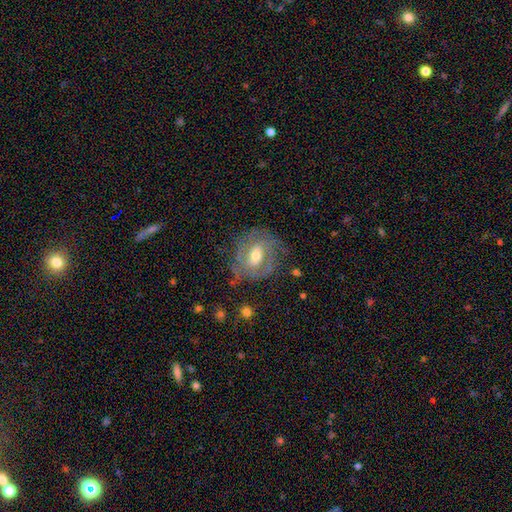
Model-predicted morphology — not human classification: This is likely a featured or disk galaxy (79%). It is clearly not viewed edge-on (96%). Bar: possibly weak (48%). Spiral arm pattern: clearly yes (86%). Spiral arm count: marginally 2 (44%). Spiral winding: possibly tight (54%). Central bulge: likely moderate (69%). Merging: likely none (67%).